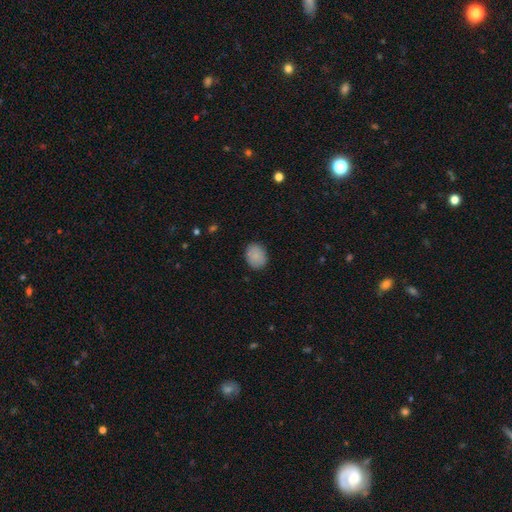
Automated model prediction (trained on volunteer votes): This is clearly a smooth galaxy (85%). How rounded: possibly in between (53%). Merging: clearly none (85%).